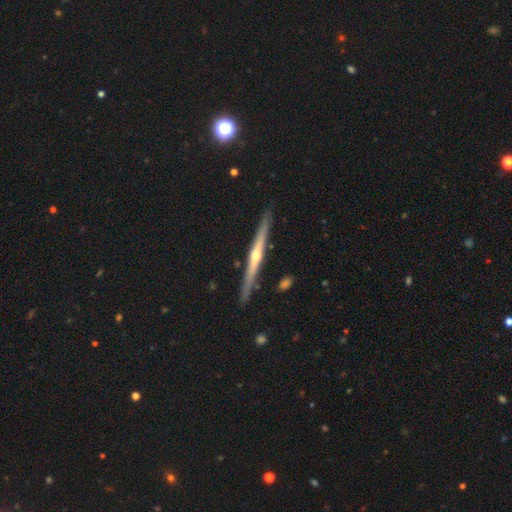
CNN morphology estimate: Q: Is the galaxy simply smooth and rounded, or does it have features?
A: featured or disk — 78%.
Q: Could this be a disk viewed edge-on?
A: yes — 98%.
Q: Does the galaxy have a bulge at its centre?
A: rounded — 84%.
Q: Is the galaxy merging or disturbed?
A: none — 89%.